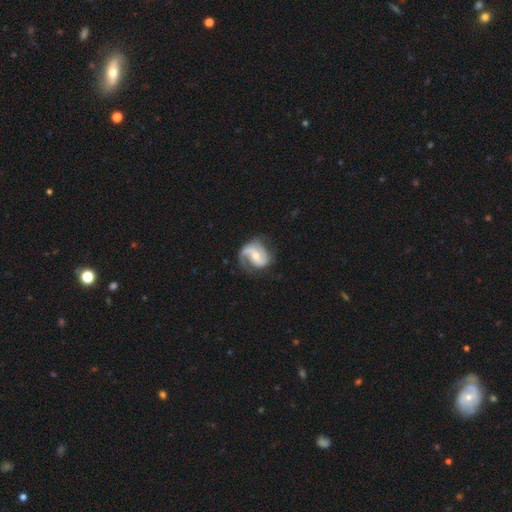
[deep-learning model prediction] A featured or disk galaxy (84%) with a weak bar (42%), 2 (69%) medium (47%) spiral arms (95%) and a moderate central bulge (55%). Merging: none (62%).